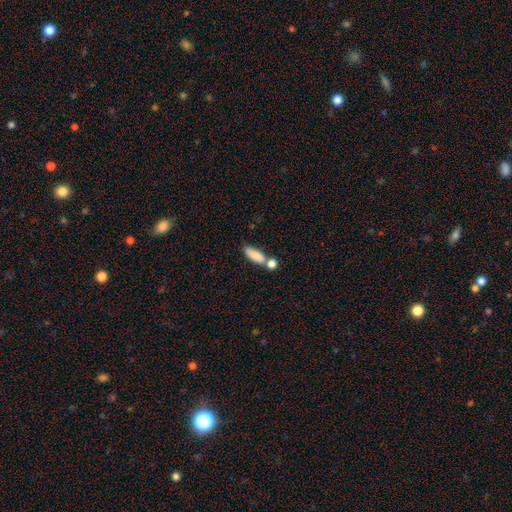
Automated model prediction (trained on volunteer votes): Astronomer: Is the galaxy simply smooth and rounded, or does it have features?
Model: smooth — 83%.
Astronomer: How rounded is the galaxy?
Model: in between — 64%.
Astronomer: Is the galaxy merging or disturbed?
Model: none — 45% (runner-up: merger, 36%).